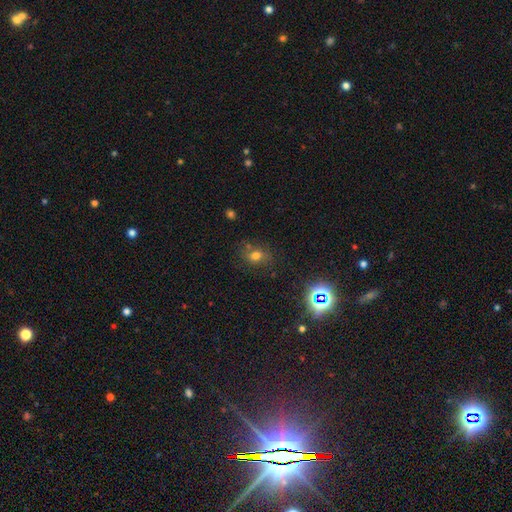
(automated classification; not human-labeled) Smooth or featured: smooth — 68% (star or artifact — 20%)
How rounded: in between — 53% (round — 45%)
Merging: none — 72% (minor disturbance — 16%)